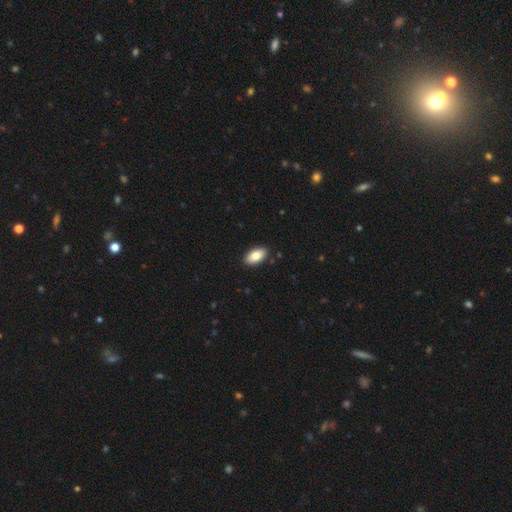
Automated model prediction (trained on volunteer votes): Q: Smooth or featured?
A: smooth (84%); runner-up: featured or disk (10%)
Q: How rounded?
A: in between (94%); runner-up: cigar-shaped (3%)
Q: Merging?
A: none (90%); runner-up: minor disturbance (8%)